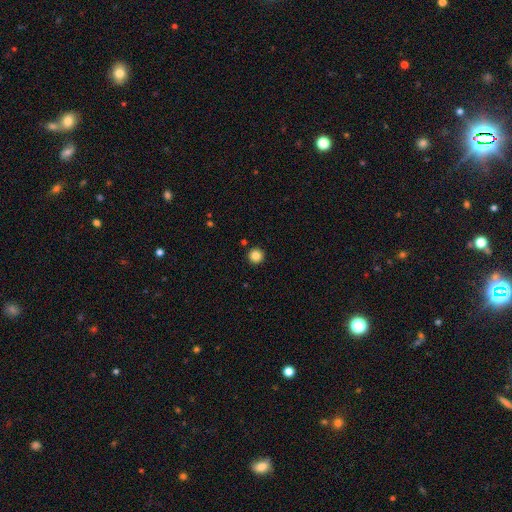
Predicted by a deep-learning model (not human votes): Morphology: type=smooth (85%); roundness=round (96%); merging=none (93%).